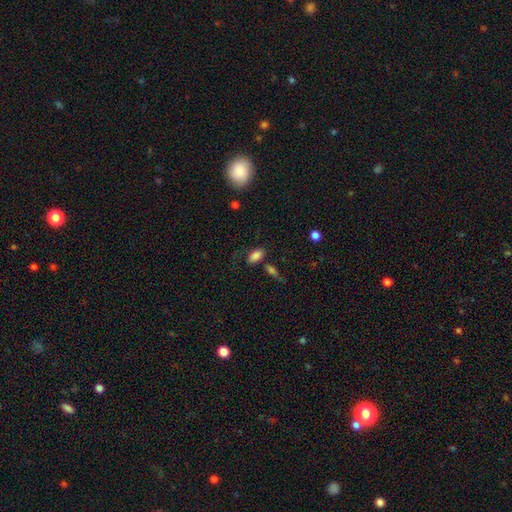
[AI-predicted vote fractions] This is clearly a smooth galaxy (83%). How rounded: clearly in between (92%). Merging: likely none (62%).